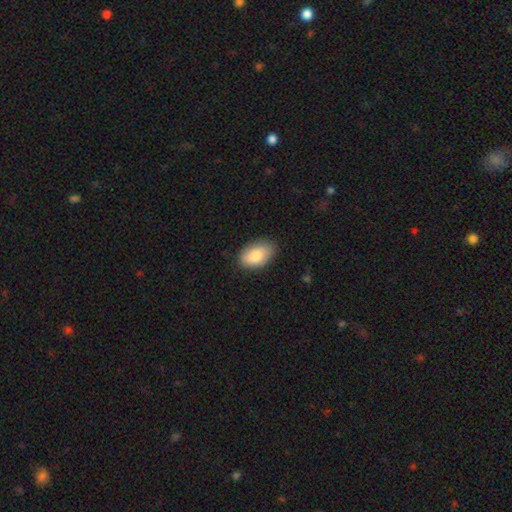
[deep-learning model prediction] Smooth or featured? smooth (82%)
How rounded? in between (92%)
Merging? none (82%)